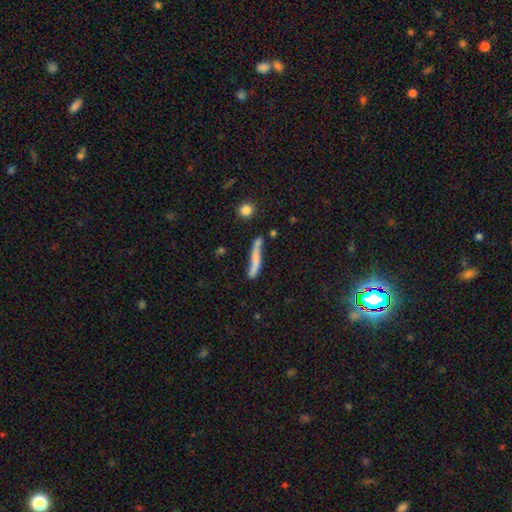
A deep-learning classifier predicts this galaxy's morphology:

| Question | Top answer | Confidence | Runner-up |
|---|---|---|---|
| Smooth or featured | smooth | 54% | featured or disk (36%) |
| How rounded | cigar-shaped | 92% | in between (6%) |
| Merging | none | 58% | minor disturbance (23%) |